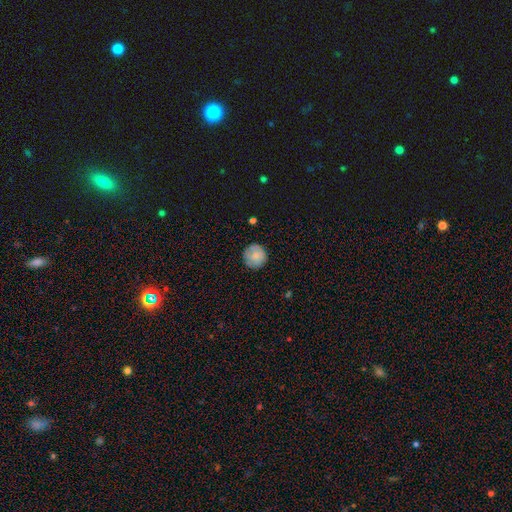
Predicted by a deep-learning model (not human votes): A smooth galaxy with no disk features (77%) that is round (94%).

Vote fractions:
- Smooth or featured? smooth: 77% / featured or disk: 16% / star or artifact: 7%
- How rounded? round: 94% / in between: 5% / cigar-shaped: 1%
- Merging? none: 84% / minor disturbance: 13% / major disturbance: 3% / merger: 1%